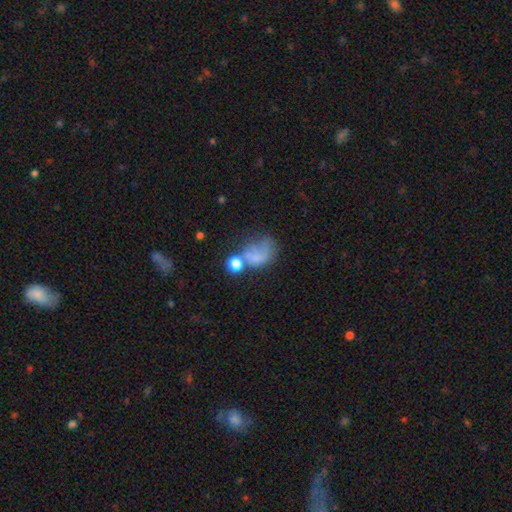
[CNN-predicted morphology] smooth_or_featured: smooth (p=0.57) [alt: featured or disk p=0.27]
how_rounded: in between (p=0.59) [alt: round p=0.40]
merging: major disturbance (p=0.37) [alt: none p=0.23]